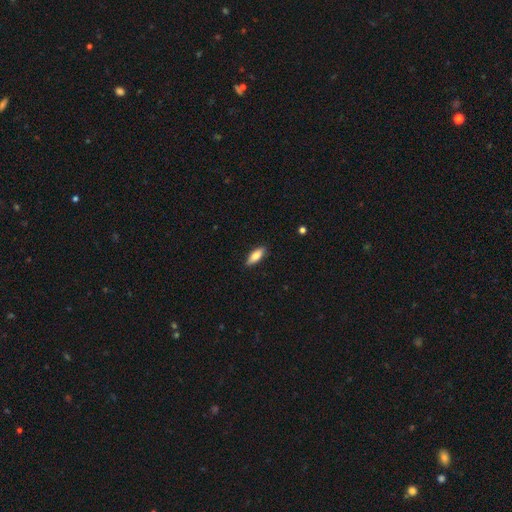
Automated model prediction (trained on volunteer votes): A smooth galaxy with no disk features (79%) that is in between round and cigar-shaped (68%).

Vote fractions:
- Smooth or featured? smooth: 79% / featured or disk: 15% / star or artifact: 6%
- How rounded? in between: 68% / cigar-shaped: 30% / round: 2%
- Merging? none: 88% / minor disturbance: 9% / major disturbance: 2% / merger: 1%